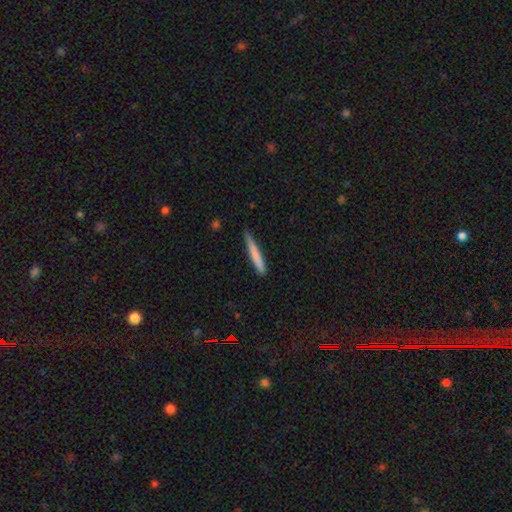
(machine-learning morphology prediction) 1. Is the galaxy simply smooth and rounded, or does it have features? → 76% smooth, 19% featured or disk, 5% star or artifact.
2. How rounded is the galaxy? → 96% cigar-shaped, 3% in between, 1% round.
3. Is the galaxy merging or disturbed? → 81% none, 16% minor disturbance, 2% major disturbance, 1% merger.